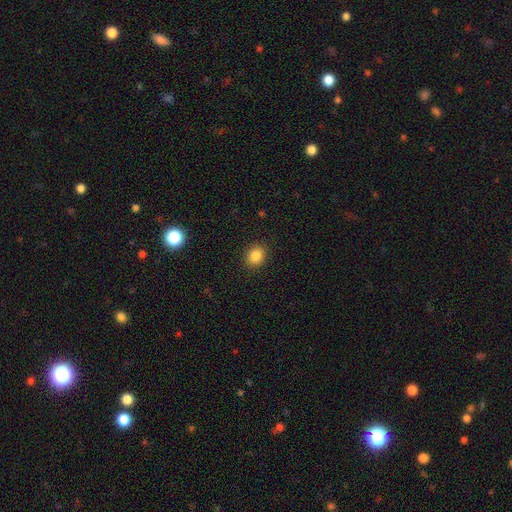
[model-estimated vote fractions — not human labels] A smooth galaxy with no disk features (85%) that is round (61%).

Vote fractions:
- Smooth or featured? smooth: 85% / star or artifact: 10% / featured or disk: 5%
- How rounded? round: 61% / in between: 38% / cigar-shaped: 1%
- Merging? none: 90% / minor disturbance: 7% / major disturbance: 2% / merger: 1%